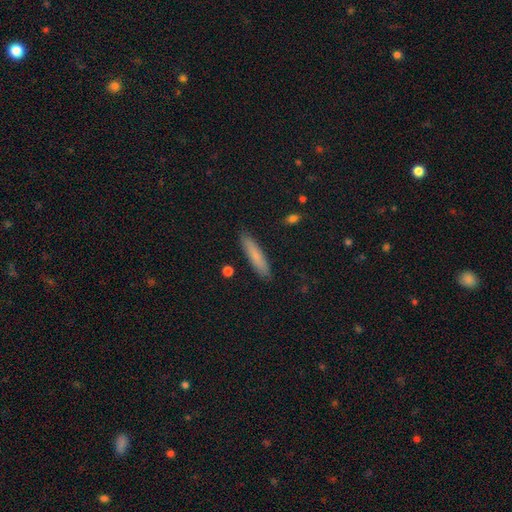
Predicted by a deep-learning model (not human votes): Morphology: type=smooth (76%); roundness=cigar-shaped (86%); merging=none (89%).